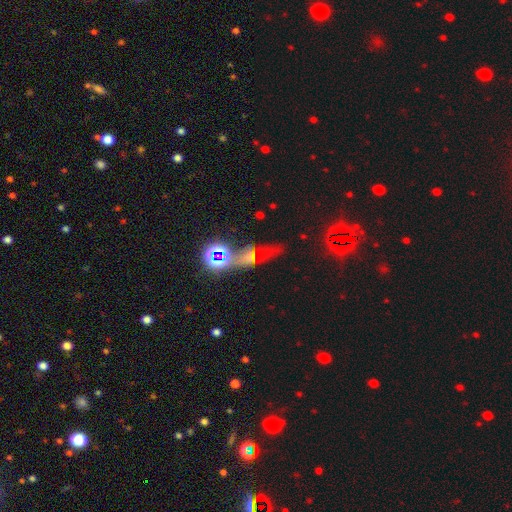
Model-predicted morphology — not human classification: A star or artifact, not a galaxy (43%).